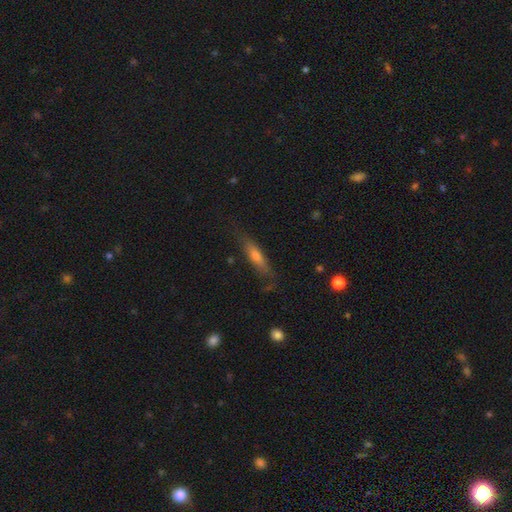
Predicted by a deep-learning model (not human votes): Morphology: type=featured or disk (47%); merging=none (80%).